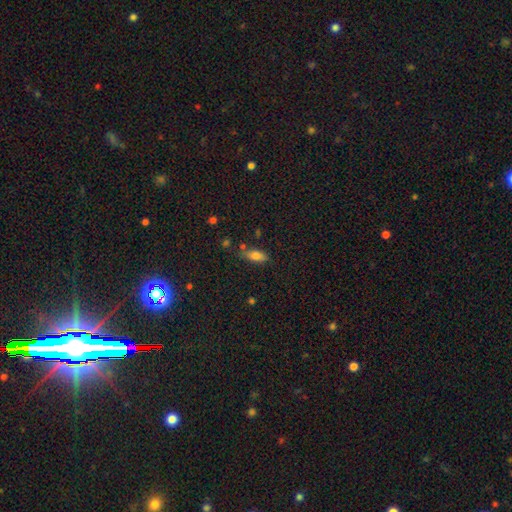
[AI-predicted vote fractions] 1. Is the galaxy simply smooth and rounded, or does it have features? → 73% smooth, 17% featured or disk, 9% star or artifact.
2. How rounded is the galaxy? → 74% in between, 22% cigar-shaped, 3% round.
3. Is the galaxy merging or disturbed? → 73% none, 17% minor disturbance, 6% merger, 4% major disturbance.